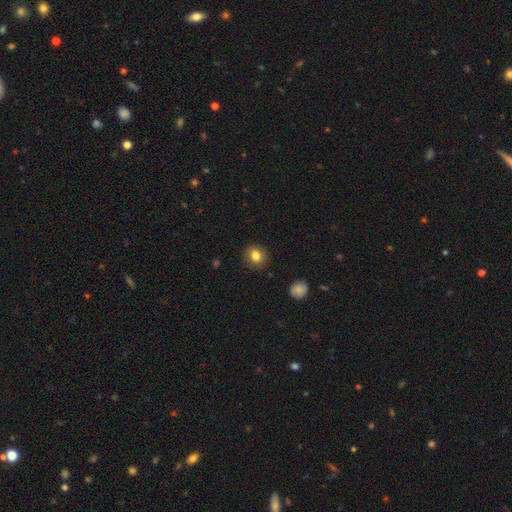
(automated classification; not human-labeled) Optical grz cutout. It shows a smooth galaxy with no disk features (83%) that is round (76%). Merging: none (89%).